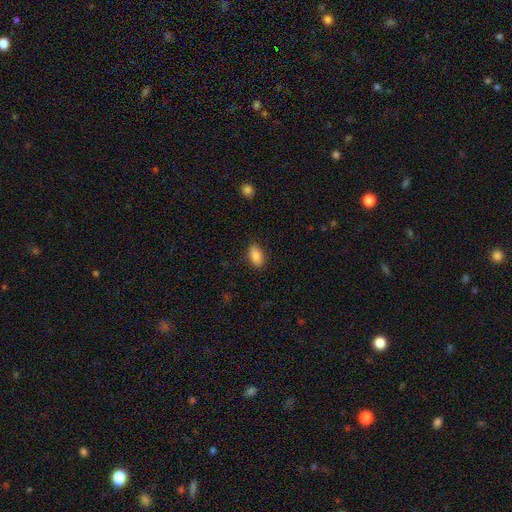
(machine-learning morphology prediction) smooth-or-featured: smooth: 88% | star or artifact: 8% | featured or disk: 5%
  how-rounded: in between: 91% | round: 5% | cigar-shaped: 4%
  merging: none: 86% | minor disturbance: 10% | major disturbance: 3% | merger: 1%